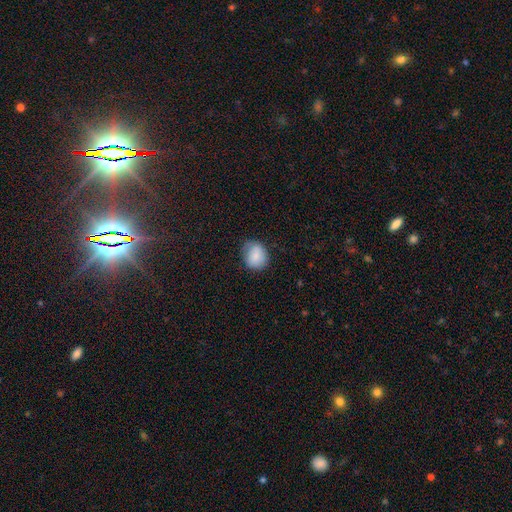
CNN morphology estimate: smooth-or-featured: smooth: 82% | featured or disk: 10% | star or artifact: 8%
  how-rounded: round: 65% | in between: 34% | cigar-shaped: 1%
  merging: none: 67% | minor disturbance: 25% | major disturbance: 6% | merger: 1%